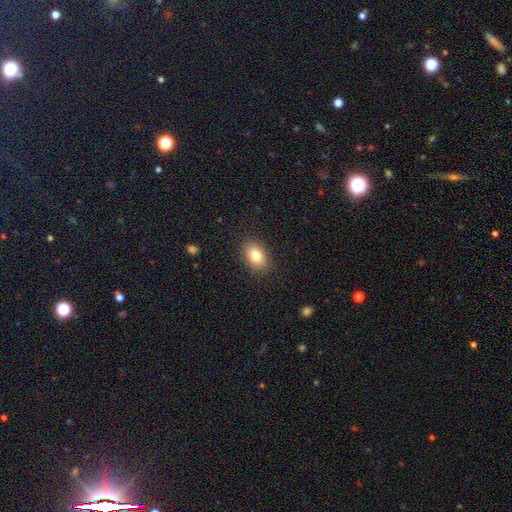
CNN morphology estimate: A smooth galaxy with no disk features (80%) that is in between round and cigar-shaped (80%).

Vote fractions:
- Smooth or featured? smooth: 80% / featured or disk: 10% / star or artifact: 9%
- How rounded? in between: 80% / round: 19% / cigar-shaped: 1%
- Merging? none: 87% / minor disturbance: 9% / major disturbance: 3% / merger: 1%